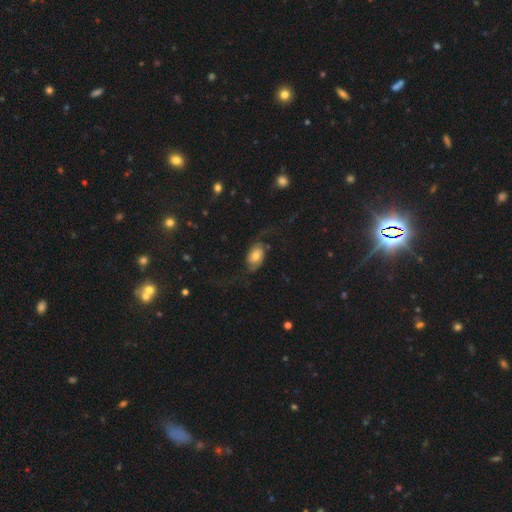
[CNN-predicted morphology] This is possibly a featured or disk galaxy (59%). It is clearly not viewed edge-on (94%). Bar: likely no (65%). Spiral arm pattern: clearly yes (88%). Central bulge: possibly moderate (52%). Merging: possibly none (55%).